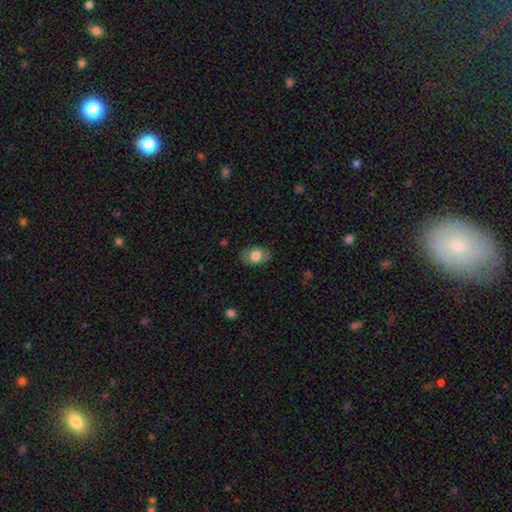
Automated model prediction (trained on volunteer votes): Morphology: type=smooth (75%); roundness=in between (79%); merging=none (82%).